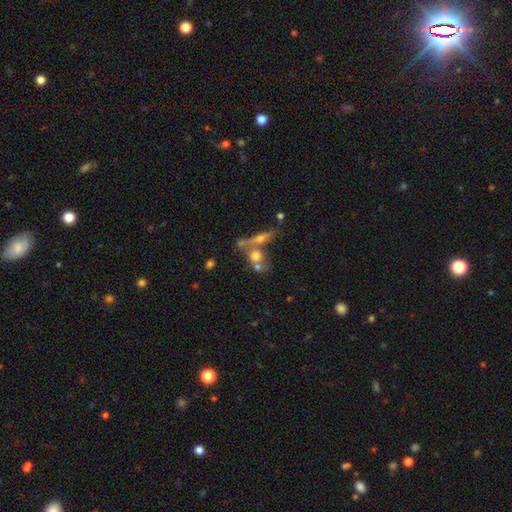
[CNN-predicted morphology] Q: Smooth or featured?
A: smooth (55%); runner-up: featured or disk (32%)
Q: How rounded?
A: round (54%); runner-up: in between (35%)
Q: Merging?
A: merger (48%); runner-up: none (35%)